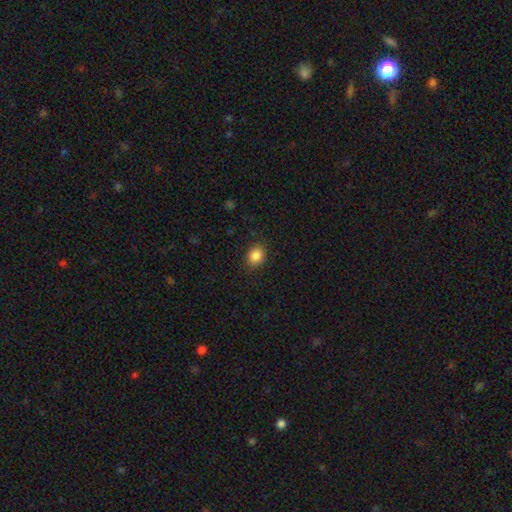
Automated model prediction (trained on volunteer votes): smooth 87%, star or artifact 9%, featured or disk 4%. Down the decision tree: how rounded — round (54%); merging — none (87%).